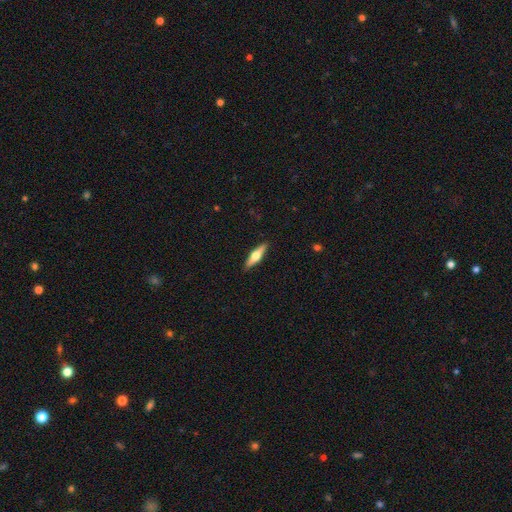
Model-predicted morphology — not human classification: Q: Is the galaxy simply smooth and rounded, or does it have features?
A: featured or disk — 50%.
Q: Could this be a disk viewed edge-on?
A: yes — 93%.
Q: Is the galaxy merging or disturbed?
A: none — 90%.